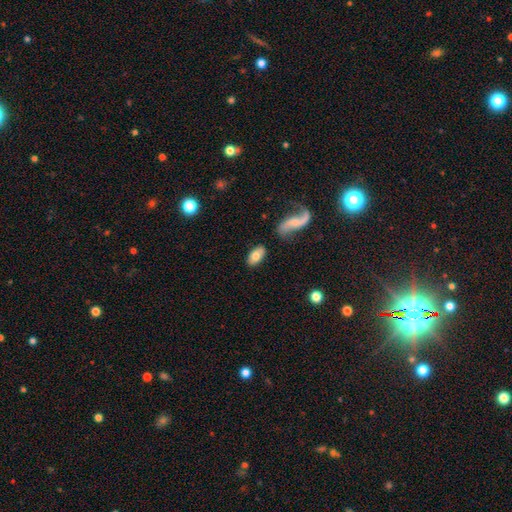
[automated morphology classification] smooth-or-featured: smooth: 69% | featured or disk: 24% | star or artifact: 6%
  how-rounded: in between: 93% | round: 5% | cigar-shaped: 2%
  merging: none: 79% | minor disturbance: 13% | merger: 5% | major disturbance: 4%